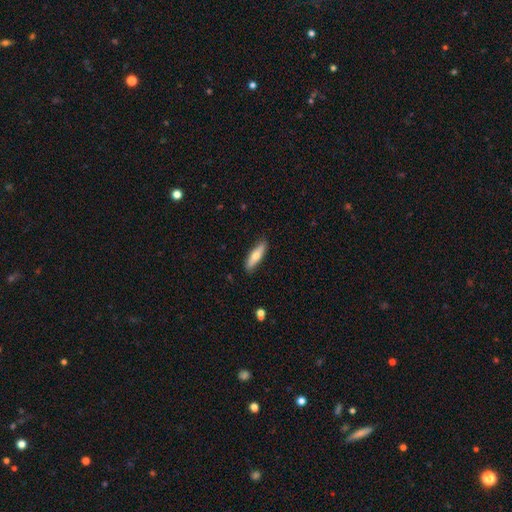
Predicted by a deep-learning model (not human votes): Smooth or featured?
  - smooth: 67% *
  - featured or disk: 27%
  - star or artifact: 6%
How rounded?
  - cigar-shaped: 63% *
  - in between: 35%
  - round: 2%
Merging?
  - none: 86% *
  - minor disturbance: 11%
  - major disturbance: 2%
  - merger: 1%